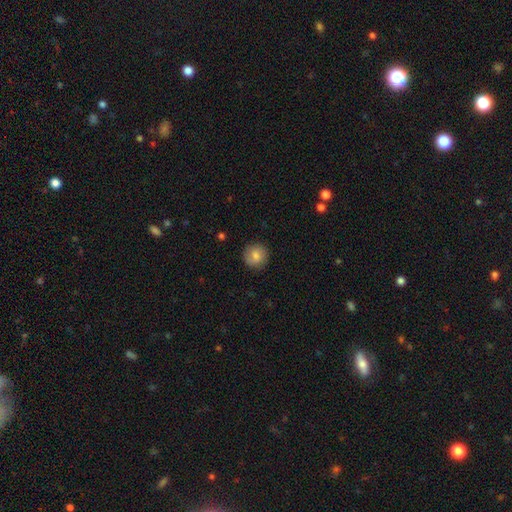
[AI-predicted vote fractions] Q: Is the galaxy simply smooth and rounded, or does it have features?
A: smooth — 81%.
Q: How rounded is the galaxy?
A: round — 93%.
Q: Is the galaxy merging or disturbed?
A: none — 89%.